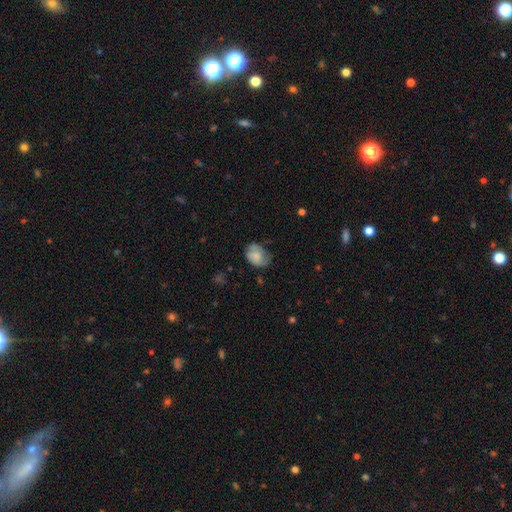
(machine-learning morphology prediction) Smooth or featured? smooth (72%)
How rounded? in between (68%)
Merging? none (52%)